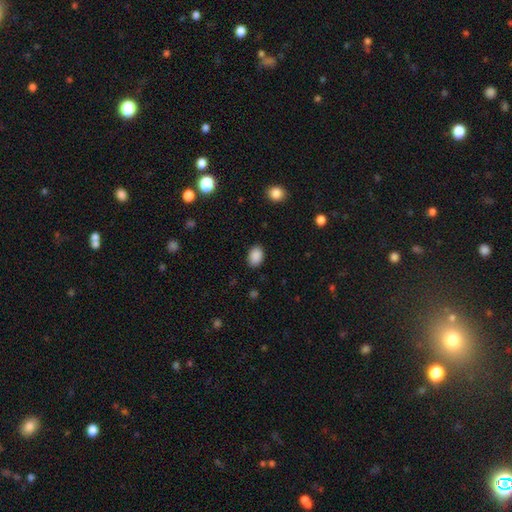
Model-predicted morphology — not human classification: A smooth galaxy with no disk features (89%) that is in between round and cigar-shaped (75%). Merging: none (87%).